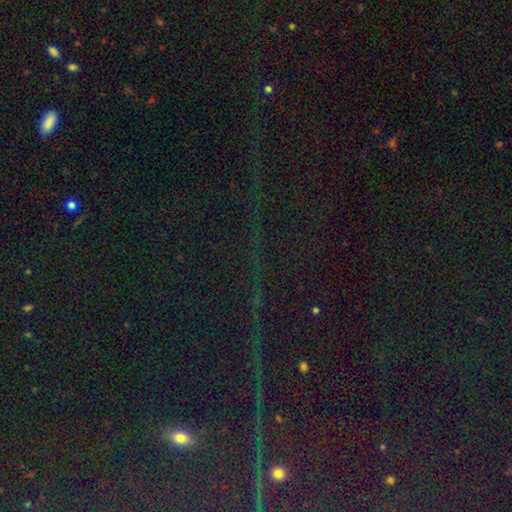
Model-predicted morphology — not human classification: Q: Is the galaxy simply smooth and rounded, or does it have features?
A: star or artifact — 84%.